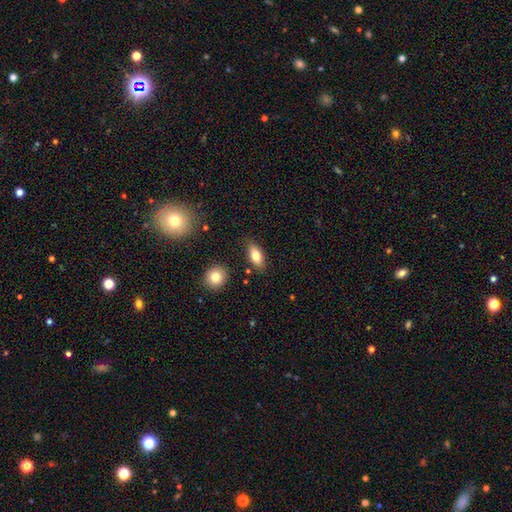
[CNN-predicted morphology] type=smooth (78%); roundness=in between (85%); merging=none (84%).